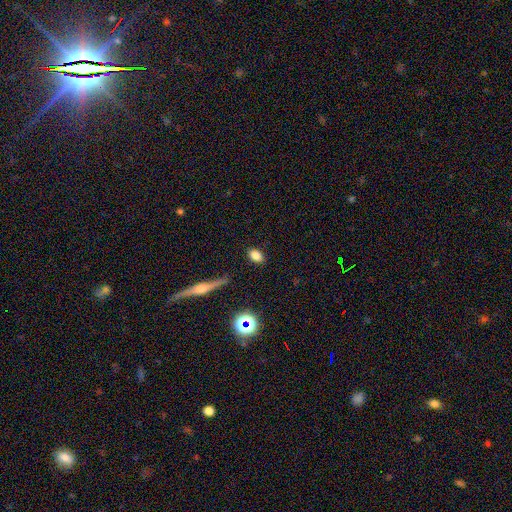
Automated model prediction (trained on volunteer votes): Overall: smooth (82%). How rounded: in between (82%). Merging: none (87%).